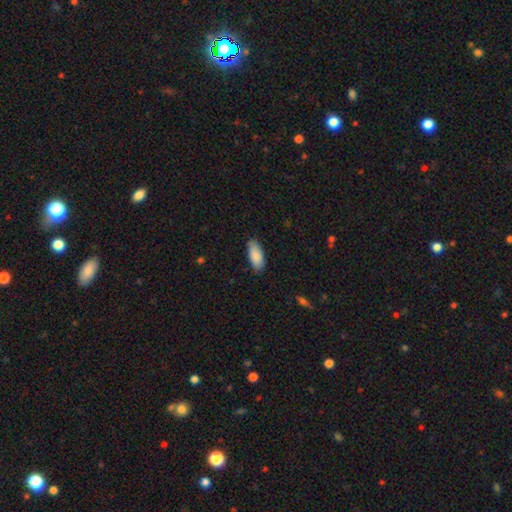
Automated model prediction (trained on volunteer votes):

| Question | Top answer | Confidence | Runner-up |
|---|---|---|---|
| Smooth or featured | smooth | 89% | star or artifact (6%) |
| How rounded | in between | 88% | cigar-shaped (11%) |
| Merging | none | 83% | minor disturbance (14%) |